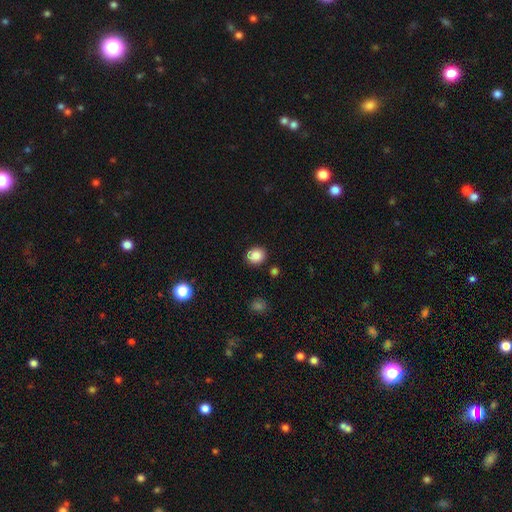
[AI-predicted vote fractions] smooth-or-featured: smooth: 85% | star or artifact: 10% | featured or disk: 6%
  how-rounded: round: 70% | in between: 29% | cigar-shaped: 1%
  merging: none: 85% | minor disturbance: 10% | merger: 3% | major disturbance: 2%